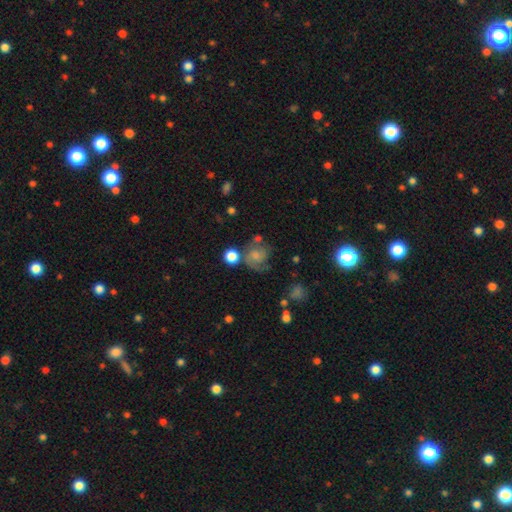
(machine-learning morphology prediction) Q: Smooth or featured?
A: featured or disk (49%); runner-up: smooth (40%)
Q: Merging?
A: none (45%); runner-up: minor disturbance (23%)